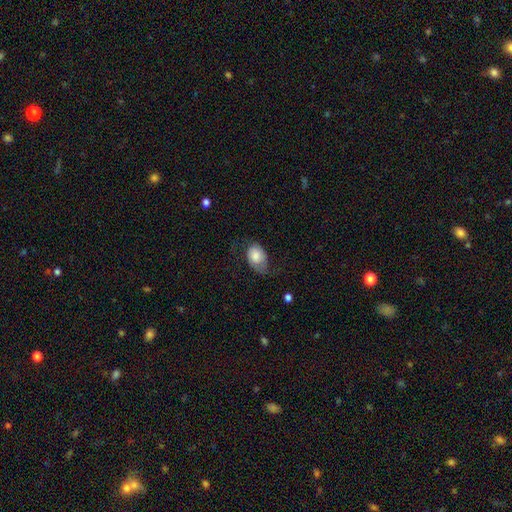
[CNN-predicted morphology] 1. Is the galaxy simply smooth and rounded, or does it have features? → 71% smooth, 22% featured or disk, 7% star or artifact.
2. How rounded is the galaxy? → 81% in between, 18% round, 1% cigar-shaped.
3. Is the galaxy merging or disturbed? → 44% none, 30% minor disturbance, 24% major disturbance, 2% merger.